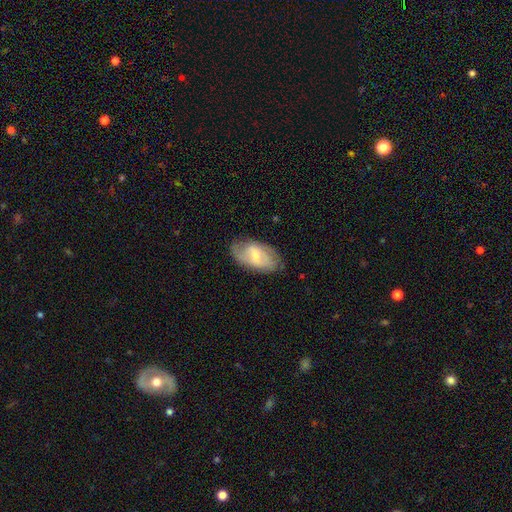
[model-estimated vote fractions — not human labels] smooth_or_featured: featured or disk (p=0.54) [alt: smooth p=0.39]
disk_edge_on: no (p=0.94) [alt: yes p=0.06]
bar: weak (p=0.54) [alt: no p=0.27]
has_spiral_arms: yes (p=0.77) [alt: no p=0.23]
bulge_size: small (p=0.45) [alt: moderate p=0.43]
merging: none (p=0.73) [alt: minor disturbance p=0.19]